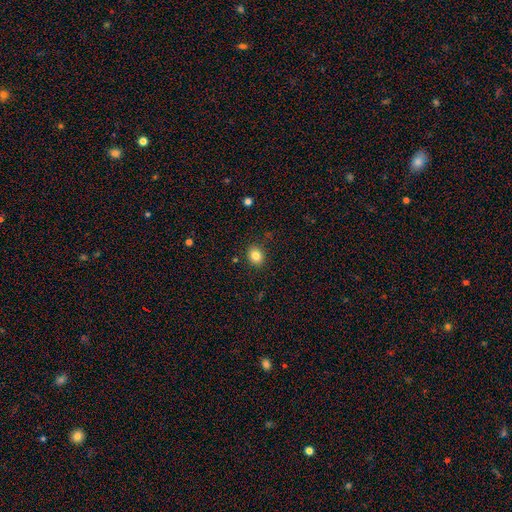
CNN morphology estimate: Smooth or featured?
  - smooth: 83% *
  - star or artifact: 11%
  - featured or disk: 6%
How rounded?
  - round: 58% *
  - in between: 41%
  - cigar-shaped: 1%
Merging?
  - none: 88% *
  - minor disturbance: 9%
  - major disturbance: 2%
  - merger: 1%